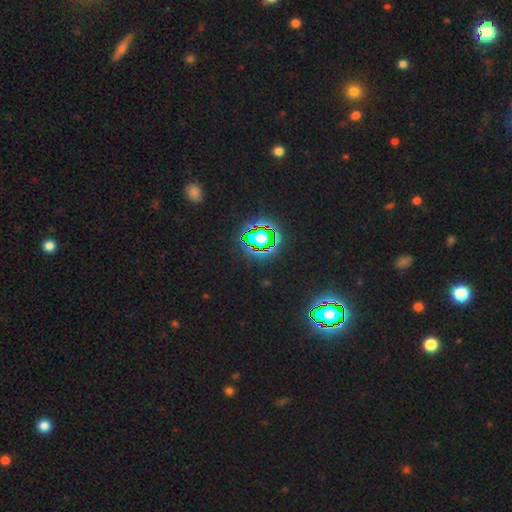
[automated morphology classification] Overall: star or artifact (78%).